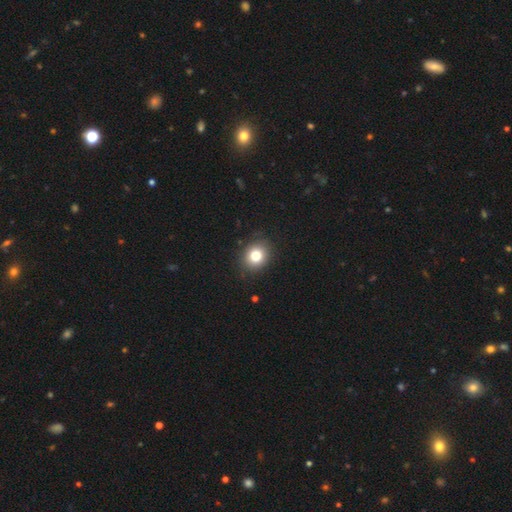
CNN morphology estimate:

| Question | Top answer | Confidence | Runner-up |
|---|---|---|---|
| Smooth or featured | smooth | 80% | star or artifact (11%) |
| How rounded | round | 68% | in between (31%) |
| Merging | none | 88% | minor disturbance (8%) |